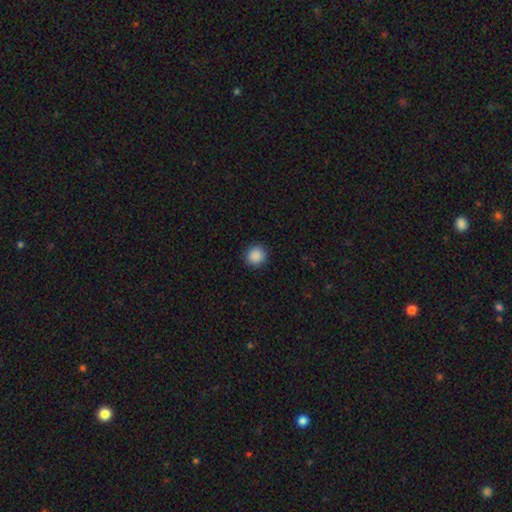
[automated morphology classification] A smooth galaxy with no disk features (89%) that is round (93%). Merging: none (92%).